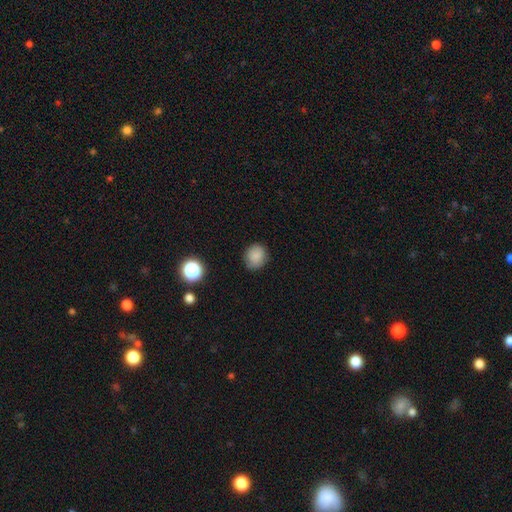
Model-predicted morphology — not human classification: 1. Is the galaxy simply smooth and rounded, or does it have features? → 85% smooth, 11% star or artifact, 4% featured or disk.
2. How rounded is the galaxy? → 68% round, 31% in between, 1% cigar-shaped.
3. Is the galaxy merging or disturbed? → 81% none, 15% minor disturbance, 3% major disturbance, 1% merger.